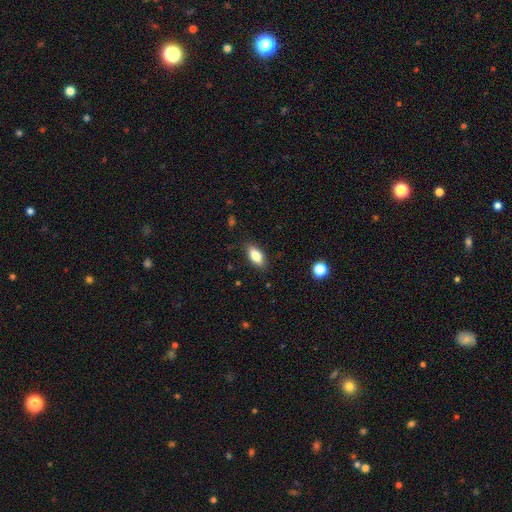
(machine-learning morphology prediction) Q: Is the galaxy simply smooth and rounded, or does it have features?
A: smooth — 82%.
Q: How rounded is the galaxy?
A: in between — 87%.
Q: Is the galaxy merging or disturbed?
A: none — 85%.